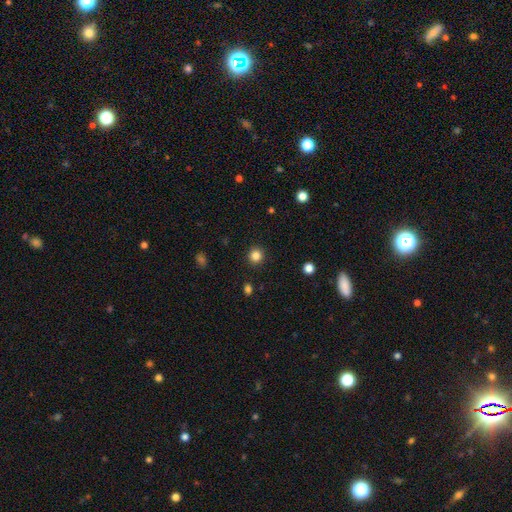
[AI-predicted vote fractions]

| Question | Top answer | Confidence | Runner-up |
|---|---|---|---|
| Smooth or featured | smooth | 84% | star or artifact (12%) |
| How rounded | round | 93% | in between (6%) |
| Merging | none | 92% | minor disturbance (5%) |